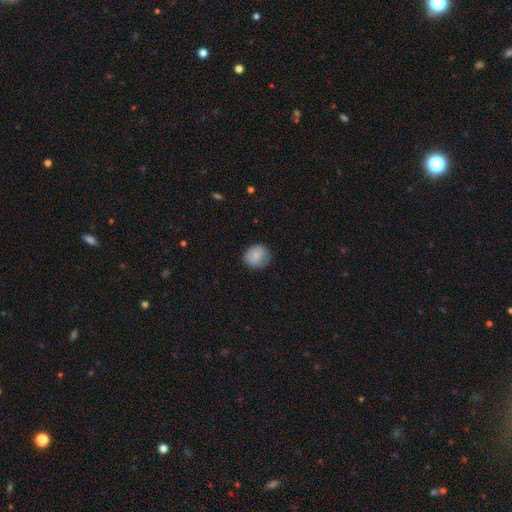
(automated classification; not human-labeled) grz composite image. It shows a smooth galaxy with no disk features (84%) that is round (82%). Merging: none (80%).